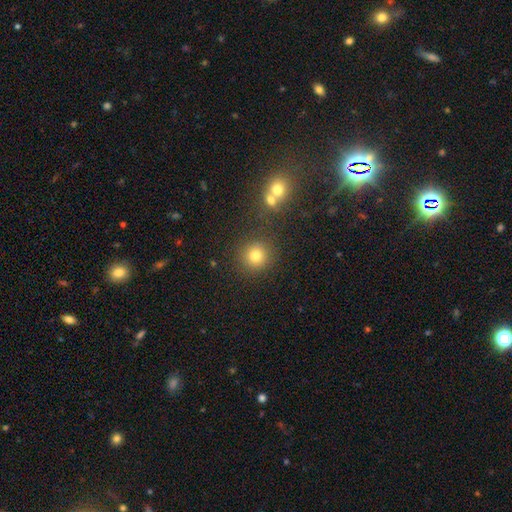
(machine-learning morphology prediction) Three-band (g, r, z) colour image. It shows a smooth galaxy with no disk features (77%) that is round (92%). Merging: none (82%).